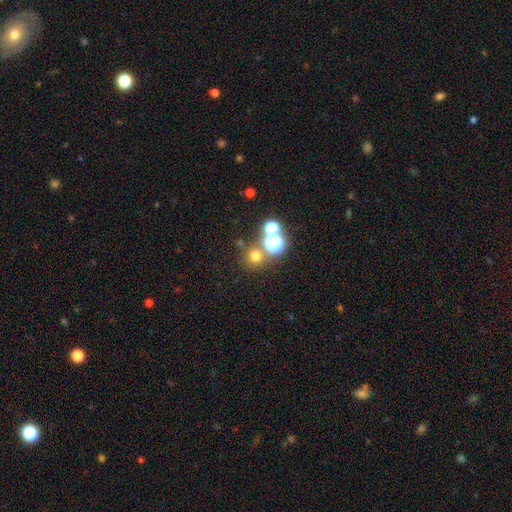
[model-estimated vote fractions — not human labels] Morphology: type=smooth (65%); roundness=round (91%); merging=none (70%).